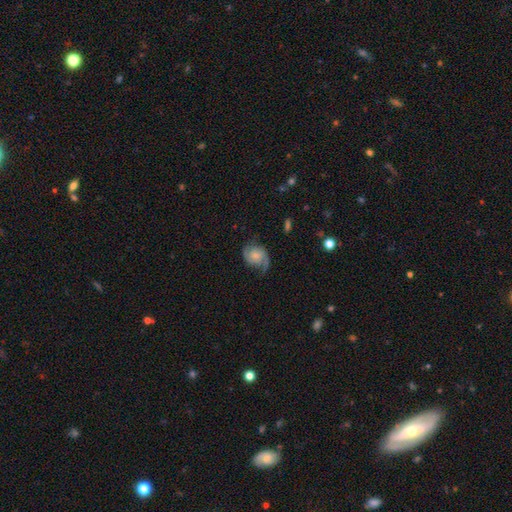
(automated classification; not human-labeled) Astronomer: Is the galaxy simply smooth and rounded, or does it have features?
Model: featured or disk — 76%.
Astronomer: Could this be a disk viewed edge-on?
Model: no — 98%.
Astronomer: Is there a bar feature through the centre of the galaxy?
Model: no — 64%.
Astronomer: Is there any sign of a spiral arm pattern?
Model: yes — 95%.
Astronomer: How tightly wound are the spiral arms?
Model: medium — 46% (runner-up: tight, 27%).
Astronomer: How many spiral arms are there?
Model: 2 — 80%.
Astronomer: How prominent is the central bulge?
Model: small — 41% (runner-up: moderate, 31%).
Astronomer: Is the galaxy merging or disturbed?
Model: none — 63%.